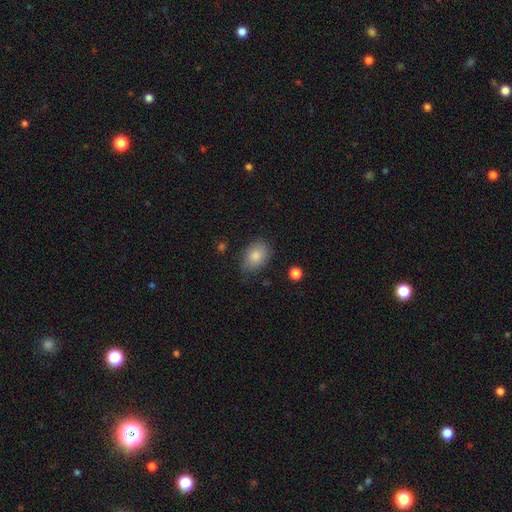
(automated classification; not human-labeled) A smooth galaxy with no disk features (83%) that is in between round and cigar-shaped (83%).

Vote fractions:
- Smooth or featured? smooth: 83% / featured or disk: 9% / star or artifact: 8%
- How rounded? in between: 83% / round: 16% / cigar-shaped: 1%
- Merging? none: 76% / minor disturbance: 18% / major disturbance: 4% / merger: 2%